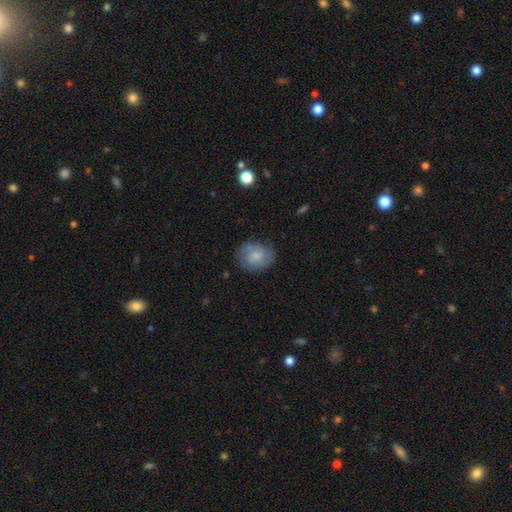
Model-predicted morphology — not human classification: The model was most divided on "how rounded": round: 55%, in between: 44%, cigar-shaped: 1%. More confident: merging — none (72%); smooth or featured — smooth (62%).